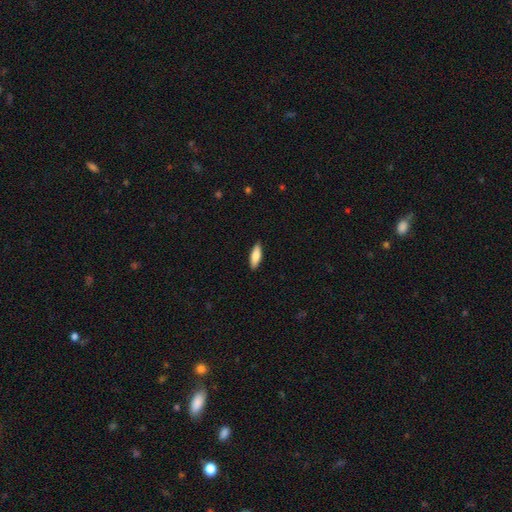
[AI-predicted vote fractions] Smooth or featured? smooth (82%)
How rounded? in between (60%)
Merging? none (90%)